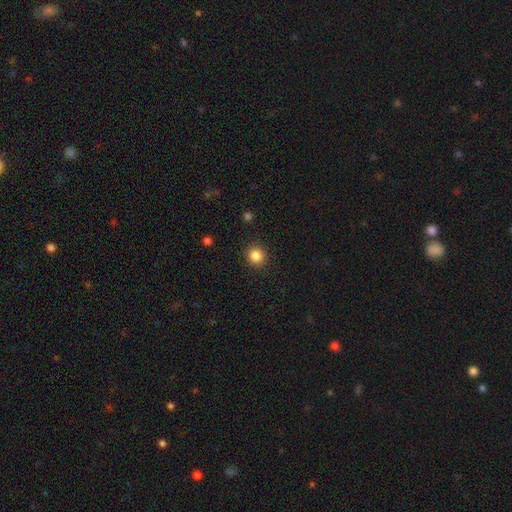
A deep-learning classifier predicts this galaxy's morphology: This appears to be a smooth galaxy with no disk features (86%) that is round (90%). Merging: none (90%).